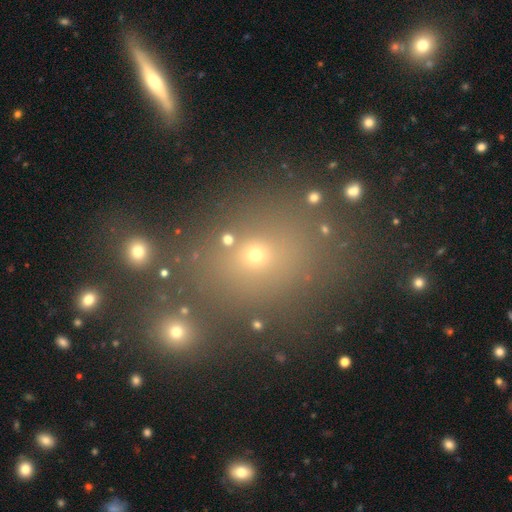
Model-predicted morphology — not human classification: Smooth or featured? Predicted: smooth (p=0.62). How rounded? Predicted: round (p=0.54). Merging? Predicted: none (p=0.73).